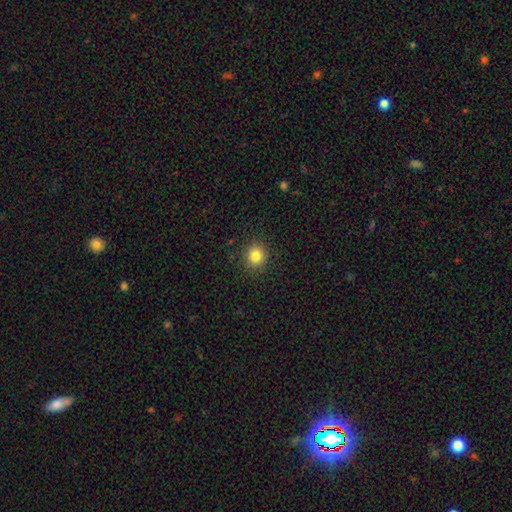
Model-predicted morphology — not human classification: This appears to be a smooth galaxy with no disk features (84%) that is round (86%). Merging: none (90%).